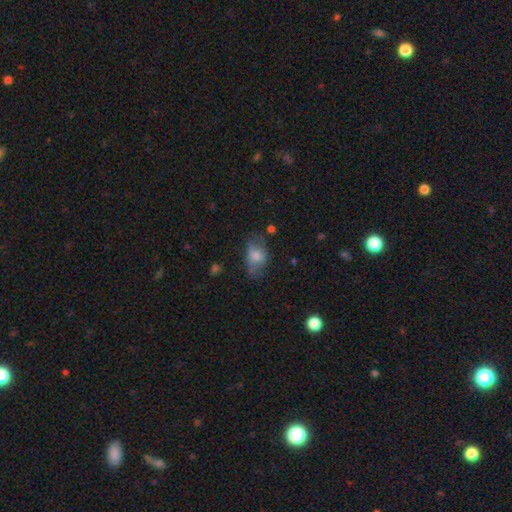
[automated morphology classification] Overall: smooth (64%; featured or disk 26%). How rounded: in between (82%). Merging: none (50%; minor disturbance 29%).